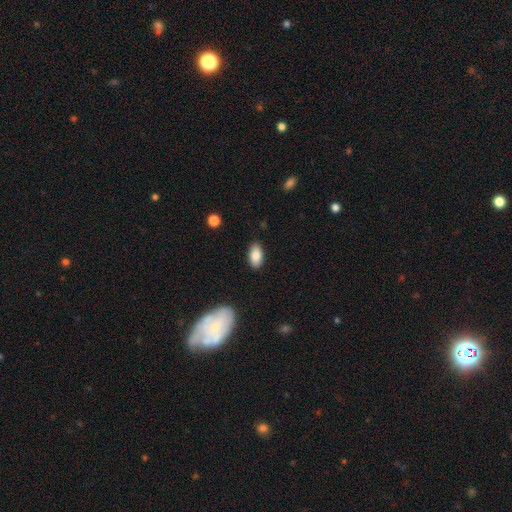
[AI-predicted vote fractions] Overall: smooth (86%). How rounded: in between (93%). Merging: none (87%).